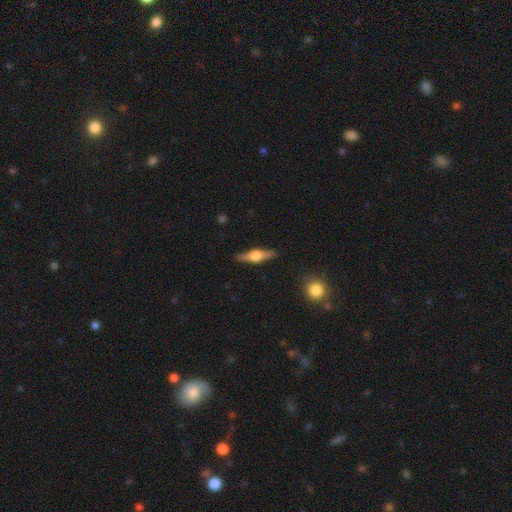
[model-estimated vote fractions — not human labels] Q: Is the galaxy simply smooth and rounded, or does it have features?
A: featured or disk — 68%.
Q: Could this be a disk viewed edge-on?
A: yes — 96%.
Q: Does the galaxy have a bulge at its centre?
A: rounded — 93%.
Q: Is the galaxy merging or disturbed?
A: none — 89%.